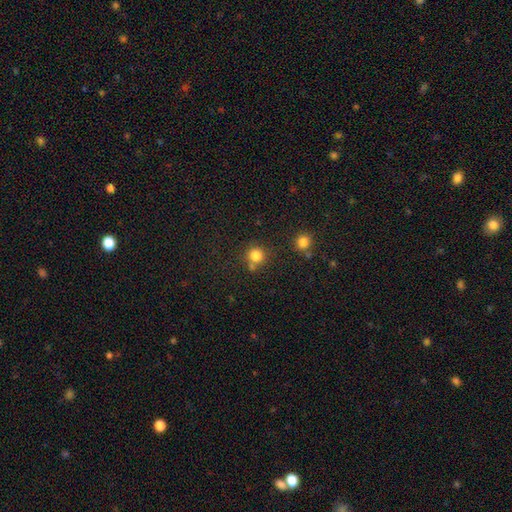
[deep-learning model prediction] Smooth or featured?
  - smooth: 82% *
  - star or artifact: 13%
  - featured or disk: 6%
How rounded?
  - round: 92% *
  - in between: 7%
  - cigar-shaped: 1%
Merging?
  - none: 70% *
  - merger: 15%
  - minor disturbance: 11%
  - major disturbance: 4%